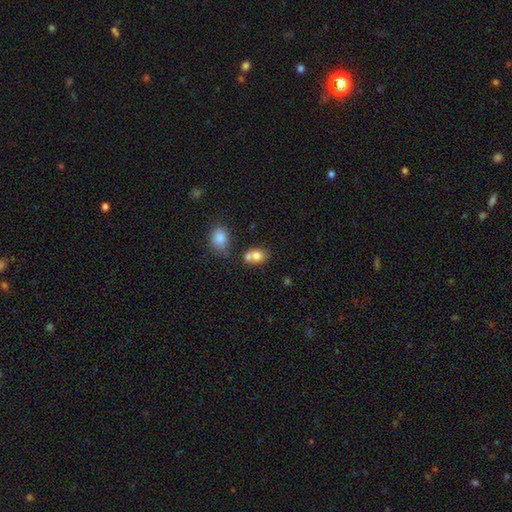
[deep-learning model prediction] Q: Smooth or featured?
A: smooth (76%); runner-up: featured or disk (13%)
Q: How rounded?
A: in between (50%); runner-up: round (48%)
Q: Merging?
A: merger (47%); runner-up: none (36%)